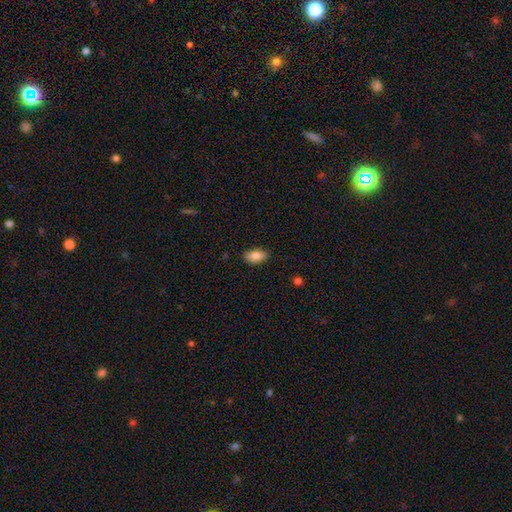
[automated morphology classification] Overall: smooth (83%). How rounded: in between (93%). Merging: none (86%).